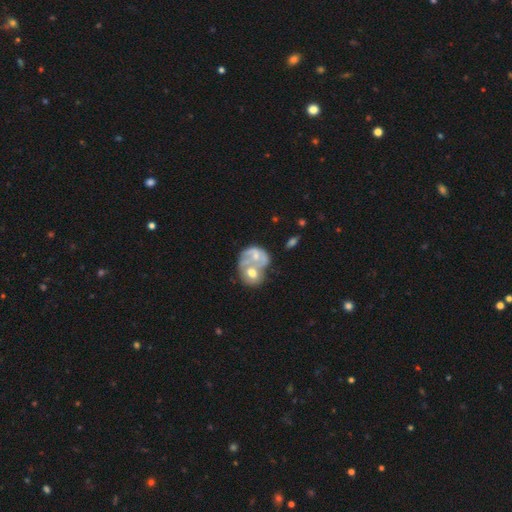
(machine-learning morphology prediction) Smooth or featured? featured or disk (55%)
Edge-on disk? no (97%)
Bar? no (82%)
Spiral arms? no (68%)
Bulge size? moderate (50%)
Merging? merger (65%)